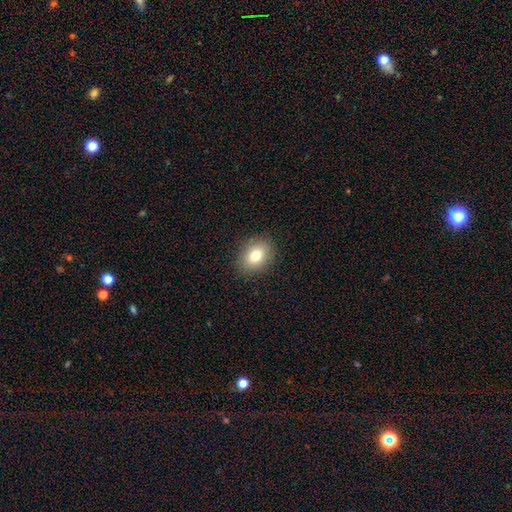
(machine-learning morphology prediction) Q: Smooth or featured?
A: smooth (78%); runner-up: featured or disk (12%)
Q: How rounded?
A: in between (59%); runner-up: round (40%)
Q: Merging?
A: none (89%); runner-up: minor disturbance (8%)